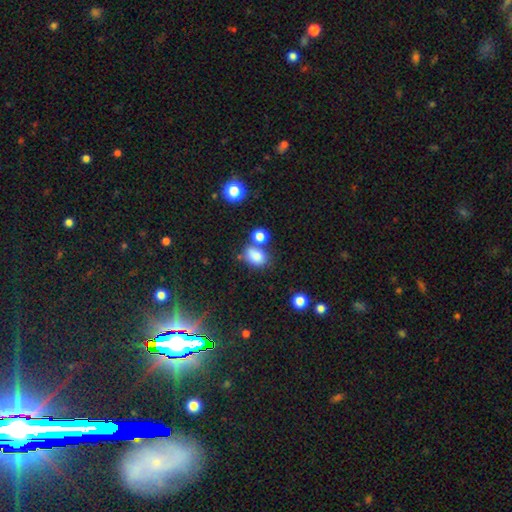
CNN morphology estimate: smooth_or_featured: smooth (p=0.82) [alt: star or artifact p=0.11]
how_rounded: in between (p=0.75) [alt: round p=0.24]
merging: none (p=0.55) [alt: merger p=0.24]